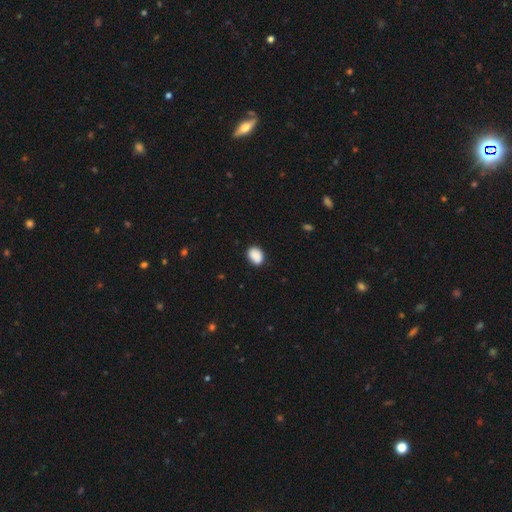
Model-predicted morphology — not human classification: smooth_or_featured: smooth (p=0.89) [alt: star or artifact p=0.08]
how_rounded: in between (p=0.72) [alt: round p=0.27]
merging: none (p=0.85) [alt: minor disturbance p=0.12]